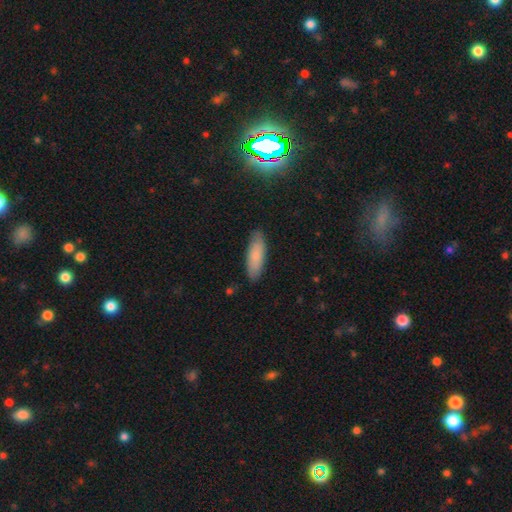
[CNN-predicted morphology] A smooth galaxy with no disk features (81%) that is in between round and cigar-shaped (57%). Merging: none (85%).